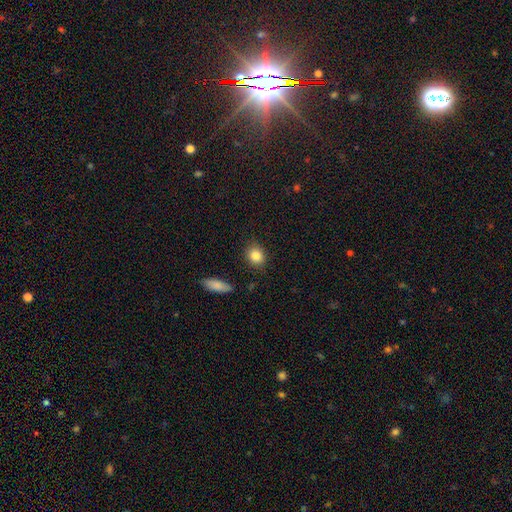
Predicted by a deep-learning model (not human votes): Smooth or featured?
  - smooth: 85% *
  - star or artifact: 9%
  - featured or disk: 7%
How rounded?
  - round: 63% *
  - in between: 36%
  - cigar-shaped: 2%
Merging?
  - none: 87% *
  - minor disturbance: 9%
  - major disturbance: 2%
  - merger: 2%